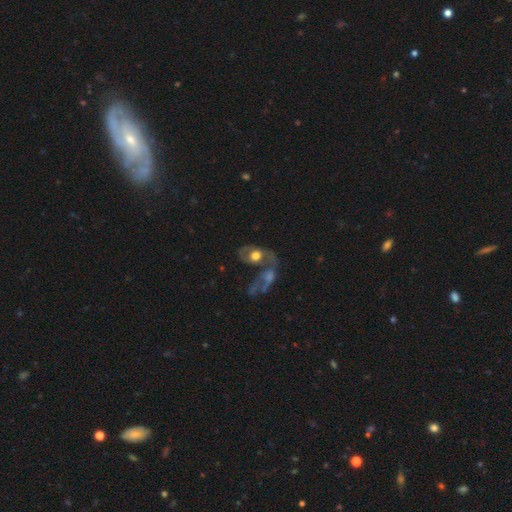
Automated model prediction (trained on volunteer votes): smooth-or-featured: featured or disk: 52% | smooth: 39% | star or artifact: 9%
  disk-edge-on: no: 92% | yes: 8%
  merging: merger: 51% | none: 23% | major disturbance: 15% | minor disturbance: 11%